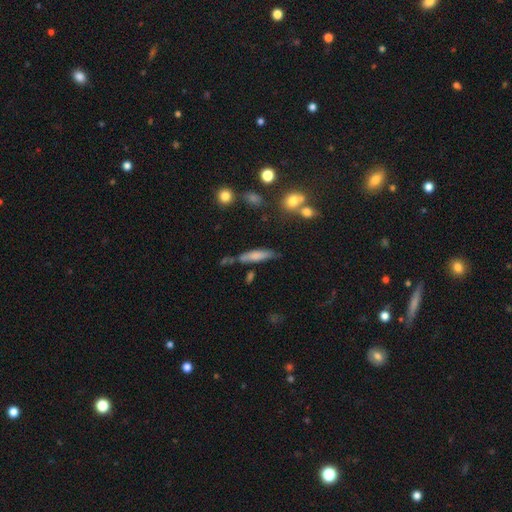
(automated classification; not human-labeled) This is likely a smooth galaxy (69%). How rounded: likely cigar-shaped (70%). Merging: likely none (61%).